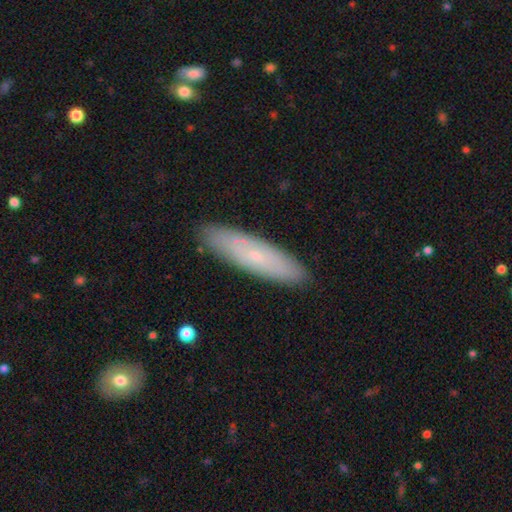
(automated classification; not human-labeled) Morphology: type=smooth (55%); roundness=cigar-shaped (69%); merging=none (88%).